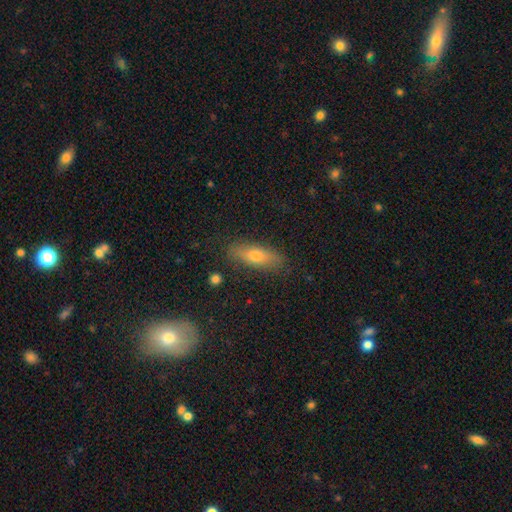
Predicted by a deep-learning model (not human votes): Smooth or featured? Predicted: smooth (p=0.64). How rounded? Predicted: in between (p=0.51). Merging? Predicted: none (p=0.86).